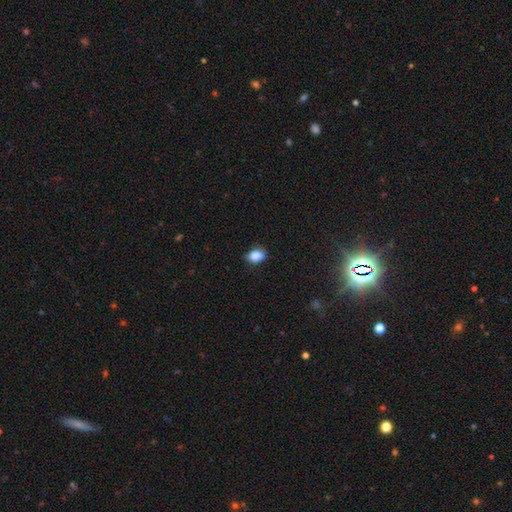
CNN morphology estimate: Smooth or featured? smooth (86%)
How rounded? in between (71%)
Merging? none (70%)